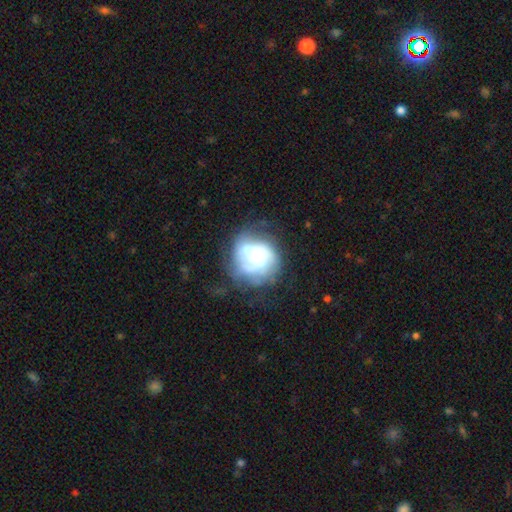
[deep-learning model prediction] This appears to be a featured or disk galaxy (59%) with no bar (75%), spiral arms (77%) and a small central bulge (34%). Merging: none (51%).